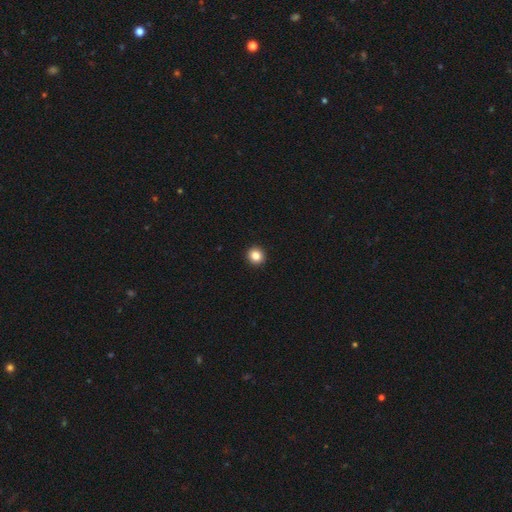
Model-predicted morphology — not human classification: Smooth or featured: smooth — 85% (star or artifact — 10%)
How rounded: round — 93% (in between — 6%)
Merging: none — 94% (minor disturbance — 4%)